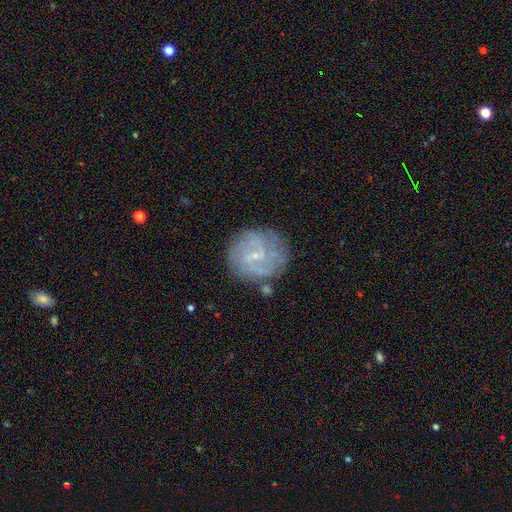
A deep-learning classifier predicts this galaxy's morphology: smooth_or_featured: featured or disk (p=0.74) [alt: smooth p=0.18]
disk_edge_on: no (p=0.98) [alt: yes p=0.02]
bar: no (p=0.47) [alt: weak p=0.45]
has_spiral_arms: yes (p=0.86) [alt: no p=0.14]
spiral_winding: tight (p=0.47) [alt: medium p=0.38]
spiral_arm_count: can't tell (p=0.37) [alt: 2 p=0.24]
bulge_size: small (p=0.80) [alt: moderate p=0.10]
merging: none (p=0.72) [alt: minor disturbance p=0.17]